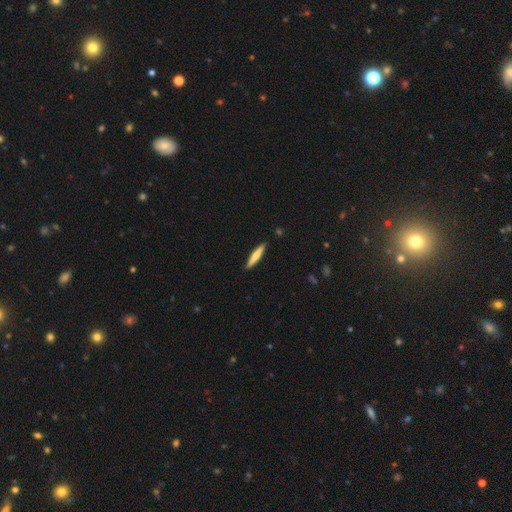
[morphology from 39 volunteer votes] This is possibly a featured or disk galaxy (51%). It is clearly viewed edge-on (100%). Edge-on bulge: clearly rounded (90%). Merging: clearly none (95%).